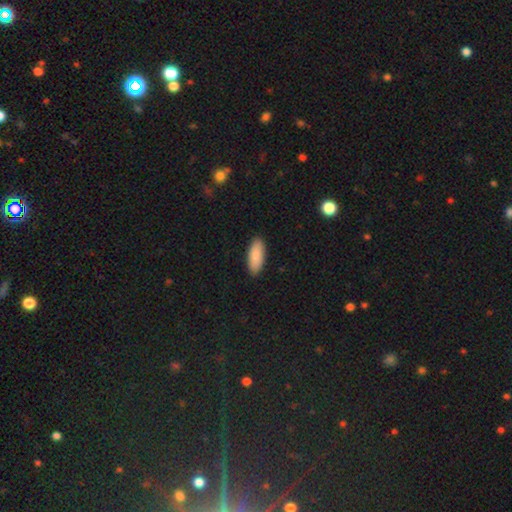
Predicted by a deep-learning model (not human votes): This is clearly a smooth galaxy (90%). How rounded: clearly in between (80%). Merging: clearly none (90%).